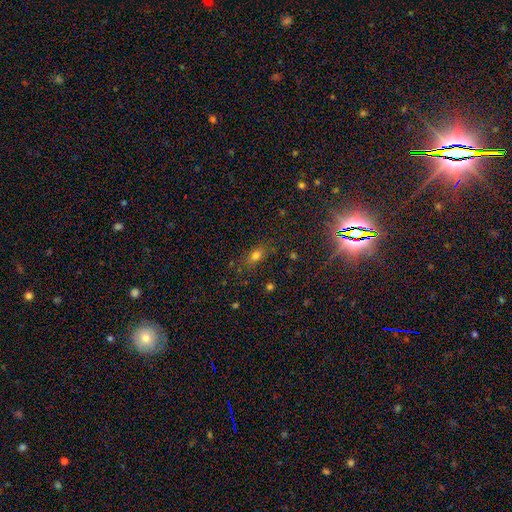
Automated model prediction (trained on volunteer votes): Smooth or featured? Predicted: smooth (p=0.72). How rounded? Predicted: in between (p=0.74). Merging? Predicted: none (p=0.76).